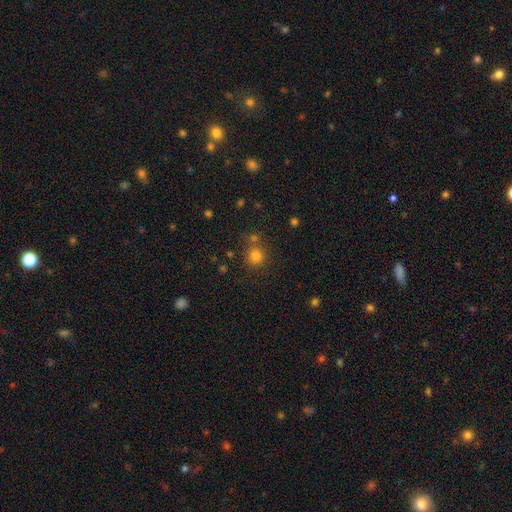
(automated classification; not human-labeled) Q: Smooth or featured?
A: smooth (79%); runner-up: star or artifact (15%)
Q: How rounded?
A: round (88%); runner-up: in between (11%)
Q: Merging?
A: none (72%); runner-up: merger (14%)